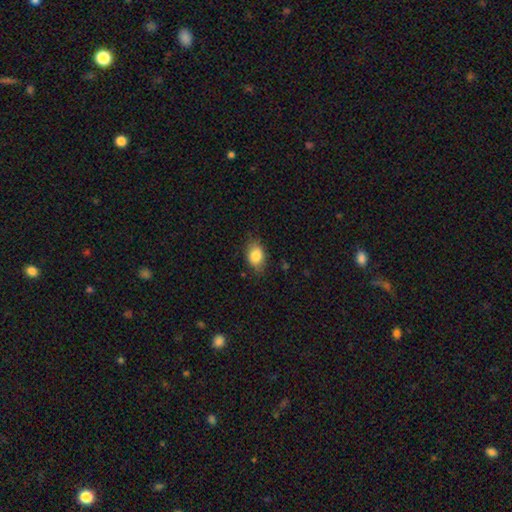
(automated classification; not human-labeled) This appears to be a smooth galaxy with no disk features (84%) that is in between round and cigar-shaped (80%). Merging: none (77%).